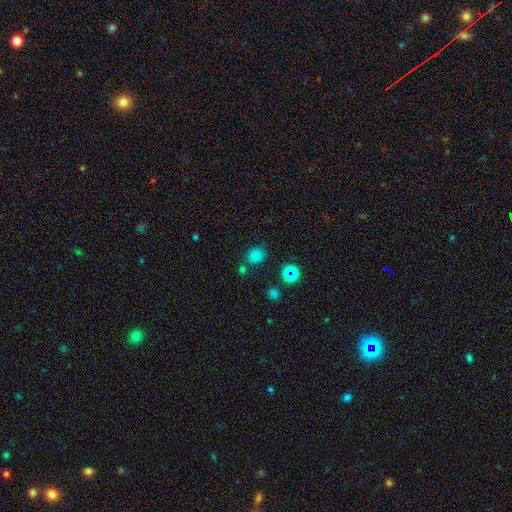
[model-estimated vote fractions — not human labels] A smooth galaxy with no disk features (73%) that is round (62%). Merging: none (69%).